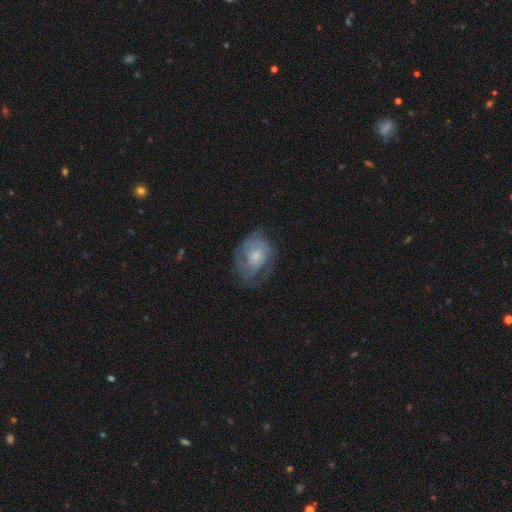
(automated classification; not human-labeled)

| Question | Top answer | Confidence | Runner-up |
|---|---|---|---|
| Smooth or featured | featured or disk | 66% | smooth (27%) |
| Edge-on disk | no | 97% | yes (3%) |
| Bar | no | 70% | weak (26%) |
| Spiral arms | yes | 82% | no (18%) |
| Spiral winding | tight | 52% | medium (36%) |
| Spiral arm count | can't tell | 44% | 2 (28%) |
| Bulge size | small | 54% | moderate (32%) |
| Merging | none | 57% | minor disturbance (25%) |